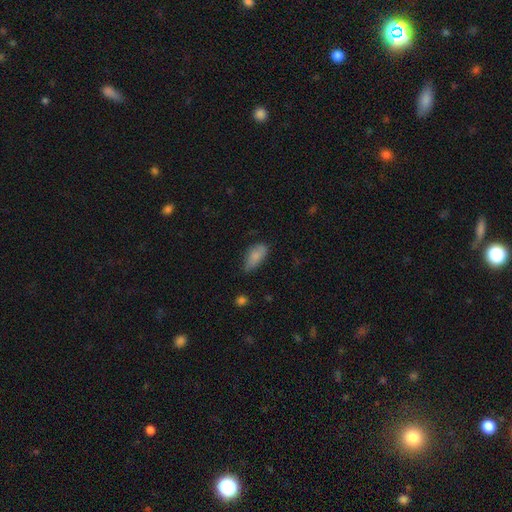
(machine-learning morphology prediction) A smooth galaxy with no disk features (82%) that is in between round and cigar-shaped (89%).

Vote fractions:
- Smooth or featured? smooth: 82% / featured or disk: 11% / star or artifact: 7%
- How rounded? in between: 89% / cigar-shaped: 9% / round: 3%
- Merging? none: 51% / minor disturbance: 38% / major disturbance: 9% / merger: 2%